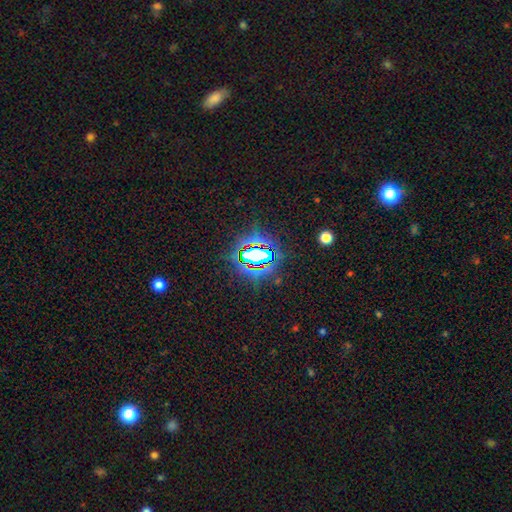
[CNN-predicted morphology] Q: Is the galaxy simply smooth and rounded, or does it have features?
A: star or artifact — 67%.